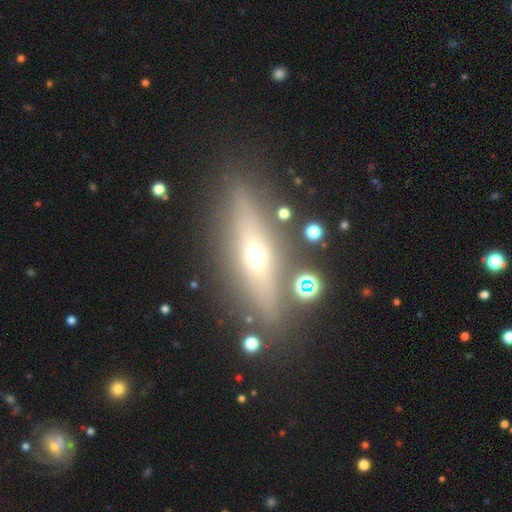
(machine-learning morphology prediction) This appears to be a featured or disk galaxy (56%) viewed edge-on (84%). Merging: none (82%).